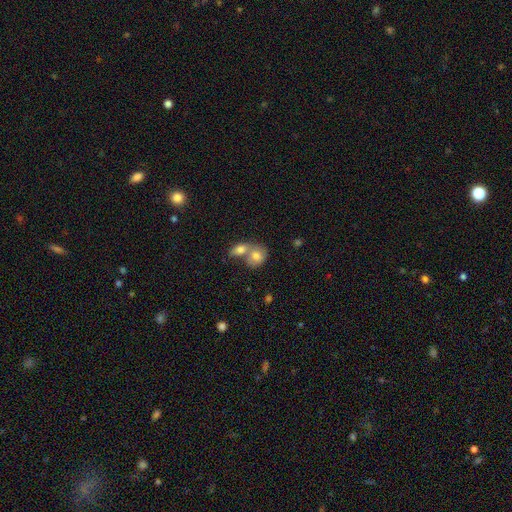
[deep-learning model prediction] Smooth or featured? Predicted: smooth (p=0.75). How rounded? Predicted: in between (p=0.52). Merging? Predicted: merger (p=0.66).